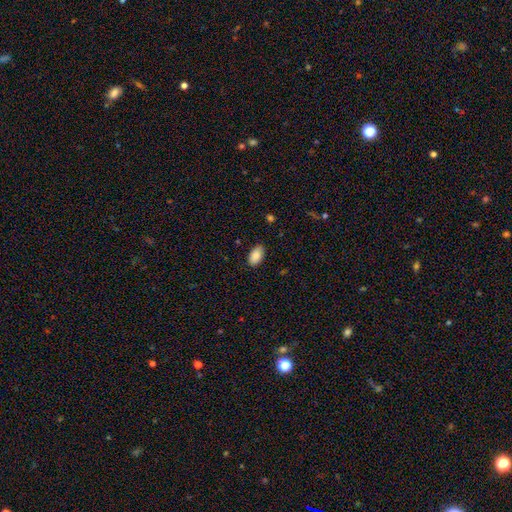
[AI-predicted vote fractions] A smooth galaxy with no disk features (88%) that is in between round and cigar-shaped (94%). Merging: none (86%).